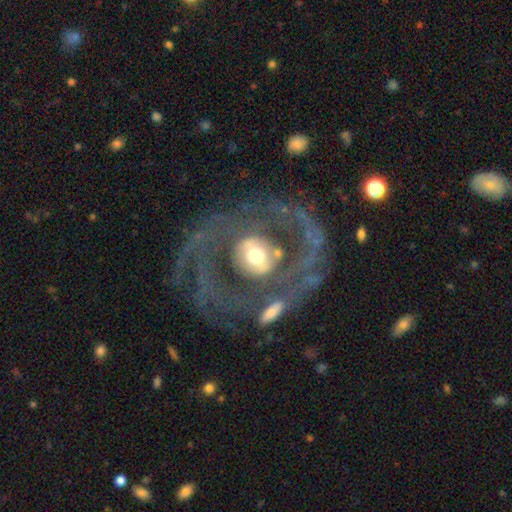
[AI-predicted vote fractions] Morphology: type=featured or disk (76%); edge-on=no (94%); bar=no (53%); spiral arms=yes (69%); bulge=moderate (57%); merging=none (53%).